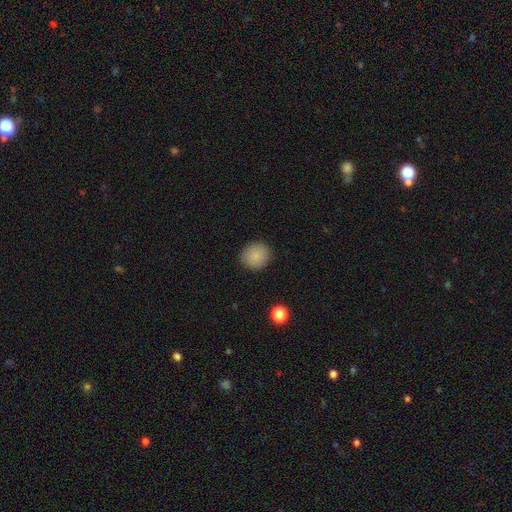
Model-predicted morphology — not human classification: The model was most divided on "how rounded": round: 87%, in between: 12%, cigar-shaped: 1%. More confident: merging — none (89%); smooth or featured — smooth (86%).